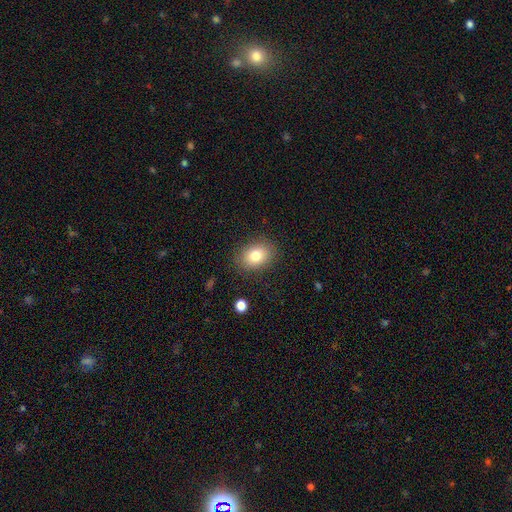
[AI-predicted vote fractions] Smooth or featured?
  - smooth: 79% *
  - featured or disk: 11%
  - star or artifact: 10%
How rounded?
  - in between: 66% *
  - round: 33%
  - cigar-shaped: 1%
Merging?
  - none: 85% *
  - minor disturbance: 10%
  - major disturbance: 3%
  - merger: 1%